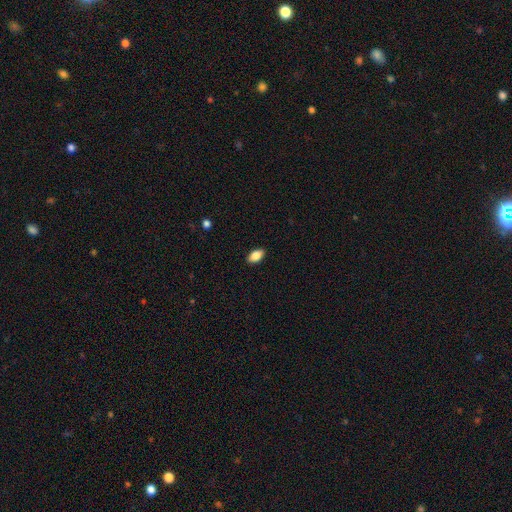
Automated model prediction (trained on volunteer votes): Smooth or featured: smooth — 85% (featured or disk — 7%)
How rounded: in between — 92% (round — 5%)
Merging: none — 89% (minor disturbance — 8%)